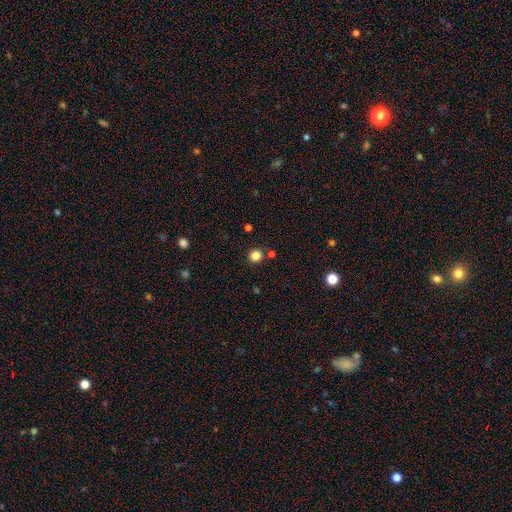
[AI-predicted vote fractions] smooth-or-featured: smooth: 83% | star or artifact: 13% | featured or disk: 4%
  how-rounded: round: 89% | in between: 10% | cigar-shaped: 1%
  merging: none: 86% | minor disturbance: 7% | merger: 5% | major disturbance: 2%